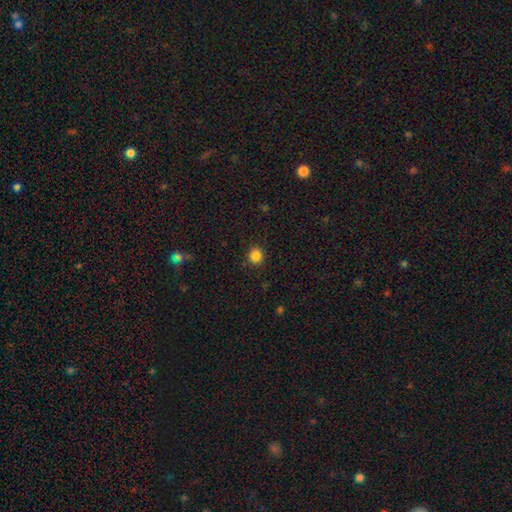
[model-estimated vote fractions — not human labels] smooth 85%, star or artifact 11%, featured or disk 3%. Down the decision tree: how rounded — round (90%); merging — none (91%).